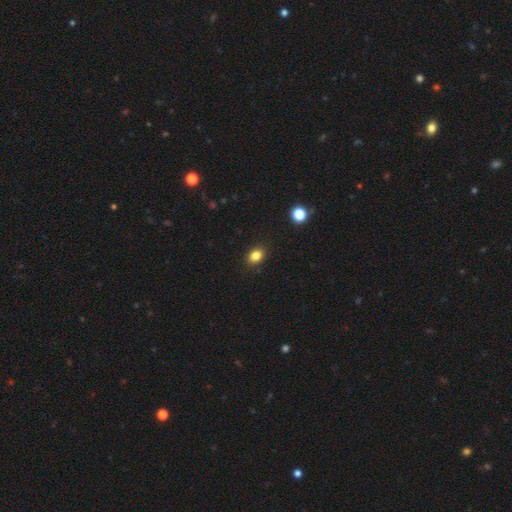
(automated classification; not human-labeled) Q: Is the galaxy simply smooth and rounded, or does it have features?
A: smooth — 84%.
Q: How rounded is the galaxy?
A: in between — 70%.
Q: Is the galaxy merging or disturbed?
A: none — 88%.